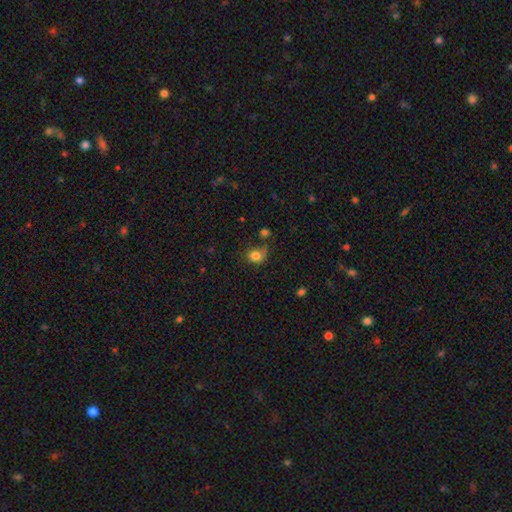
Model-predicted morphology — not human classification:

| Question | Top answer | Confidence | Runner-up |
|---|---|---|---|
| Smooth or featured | smooth | 80% | star or artifact (11%) |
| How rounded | round | 67% | in between (32%) |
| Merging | none | 52% | minor disturbance (24%) |